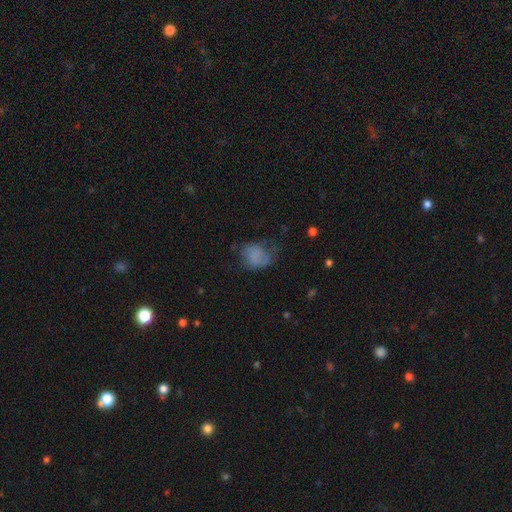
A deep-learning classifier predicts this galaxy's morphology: The model was most divided on "merging": none: 40%, minor disturbance: 32%, major disturbance: 26%, merger: 3%. More confident: smooth or featured — smooth (70%); how rounded — in between (58%).